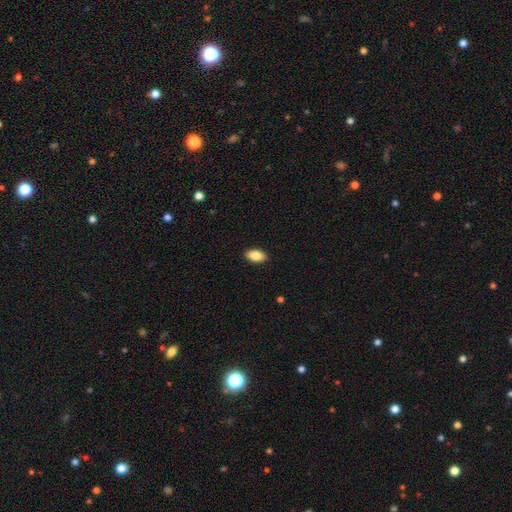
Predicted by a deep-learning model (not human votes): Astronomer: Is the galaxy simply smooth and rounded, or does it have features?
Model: smooth — 86%.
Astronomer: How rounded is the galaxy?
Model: in between — 93%.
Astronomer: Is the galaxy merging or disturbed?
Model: none — 90%.